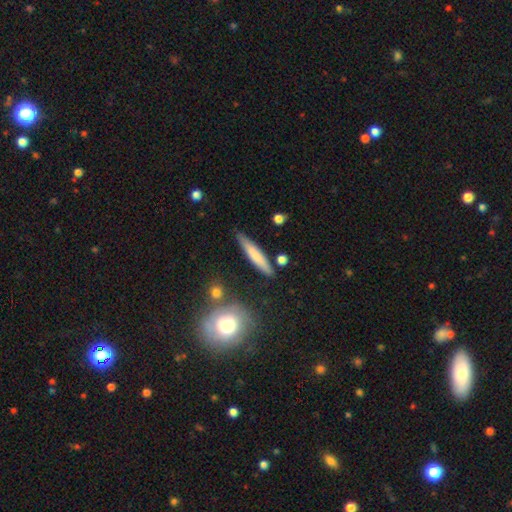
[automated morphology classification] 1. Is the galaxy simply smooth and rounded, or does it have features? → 69% smooth, 25% featured or disk, 6% star or artifact.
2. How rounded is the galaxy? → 89% cigar-shaped, 9% in between, 2% round.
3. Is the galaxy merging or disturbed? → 83% none, 11% minor disturbance, 4% merger, 2% major disturbance.